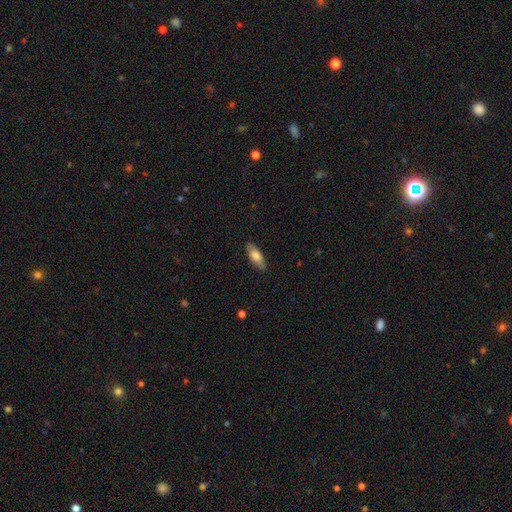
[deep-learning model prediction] The model was most divided on "how rounded": in between: 69%, cigar-shaped: 29%, round: 2%. More confident: merging — none (85%); smooth or featured — smooth (74%).